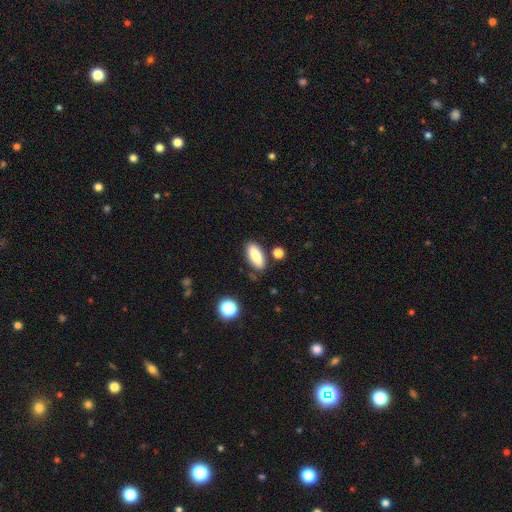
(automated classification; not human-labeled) Morphology: type=smooth (83%); roundness=in between (81%); merging=none (81%).